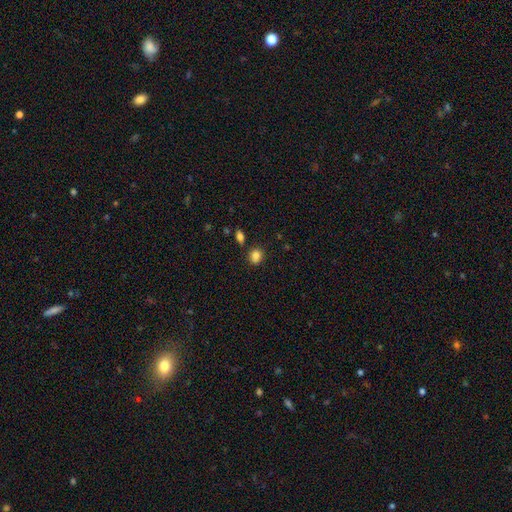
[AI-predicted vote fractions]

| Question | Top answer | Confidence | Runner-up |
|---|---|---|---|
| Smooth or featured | smooth | 82% | star or artifact (12%) |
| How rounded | round | 66% | in between (33%) |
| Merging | none | 68% | minor disturbance (15%) |